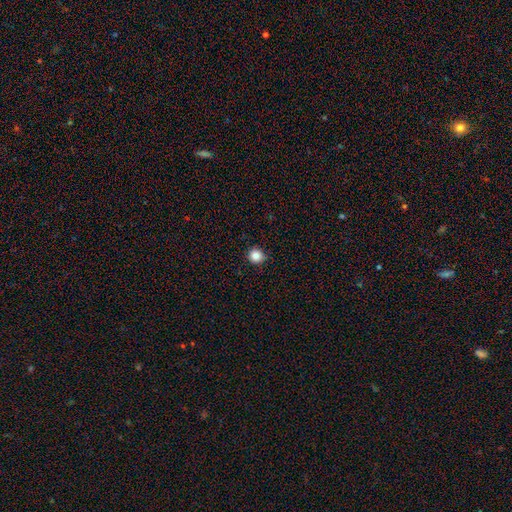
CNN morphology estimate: A smooth galaxy with no disk features (85%) that is round (92%).

Vote fractions:
- Smooth or featured? smooth: 85% / star or artifact: 11% / featured or disk: 4%
- How rounded? round: 92% / in between: 7% / cigar-shaped: 1%
- Merging? none: 89% / minor disturbance: 8% / major disturbance: 2% / merger: 1%